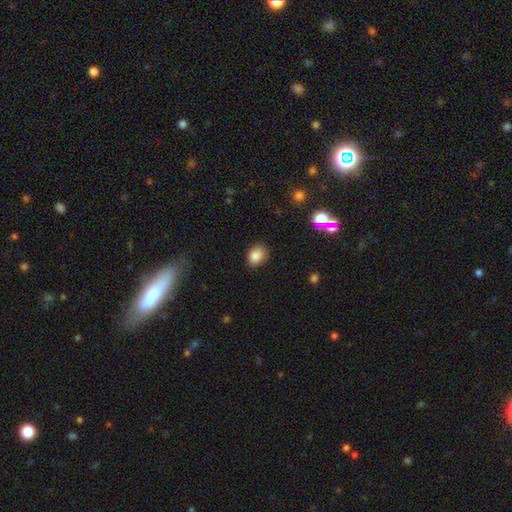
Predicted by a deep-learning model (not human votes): The model was most divided on "how rounded": in between: 64%, round: 35%, cigar-shaped: 1%. More confident: smooth or featured — smooth (86%); merging — none (82%).